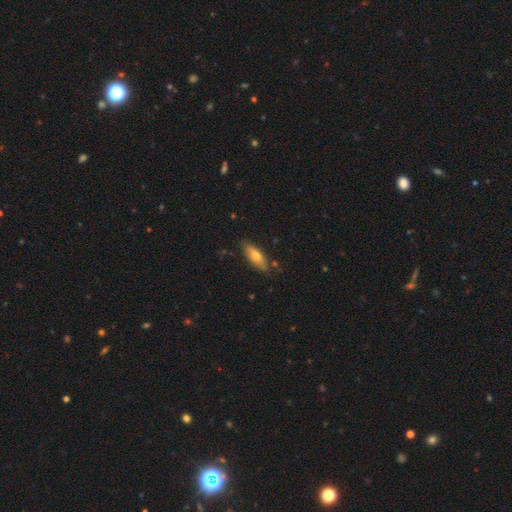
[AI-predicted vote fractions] smooth_or_featured: smooth (p=0.66) [alt: featured or disk p=0.28]
how_rounded: in between (p=0.60) [alt: cigar-shaped p=0.37]
merging: none (p=0.81) [alt: minor disturbance p=0.15]